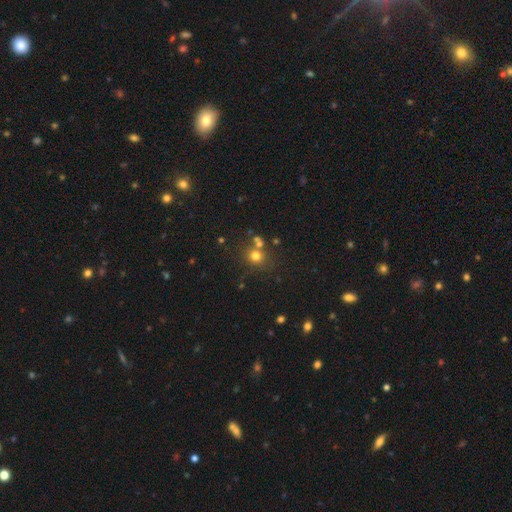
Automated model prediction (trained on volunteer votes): A smooth galaxy with no disk features (73%) that is round (84%). Merging: none (67%).